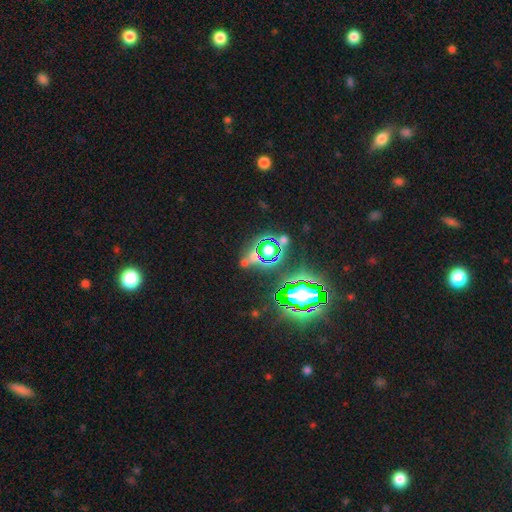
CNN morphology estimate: type=star or artifact (63%).